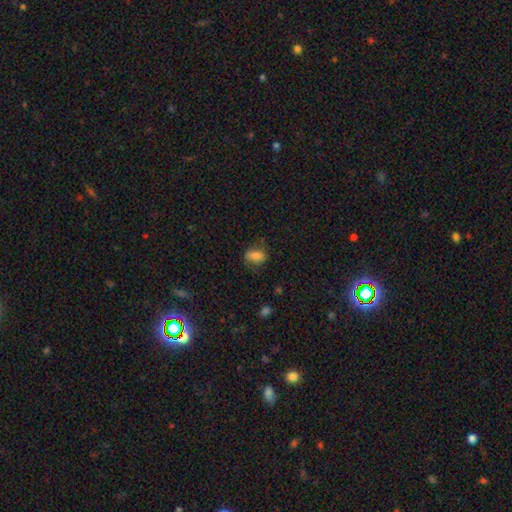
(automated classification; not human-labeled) Smooth or featured? smooth (77%)
How rounded? in between (80%)
Merging? none (70%)